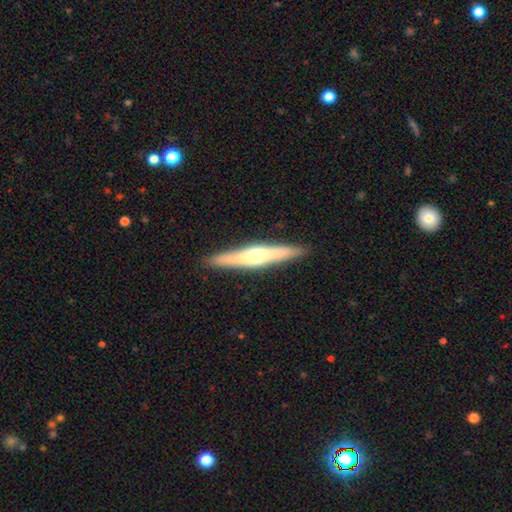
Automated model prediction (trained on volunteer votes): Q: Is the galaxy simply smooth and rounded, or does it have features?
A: featured or disk — 67%.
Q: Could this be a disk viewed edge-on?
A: yes — 96%.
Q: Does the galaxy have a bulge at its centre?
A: rounded — 85%.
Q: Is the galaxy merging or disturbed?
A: none — 91%.